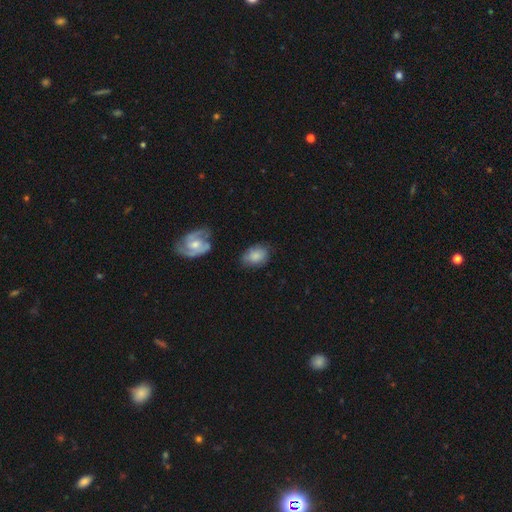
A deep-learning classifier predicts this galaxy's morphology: smooth_or_featured: smooth (p=0.76) [alt: featured or disk p=0.17]
how_rounded: in between (p=0.75) [alt: round p=0.23]
merging: none (p=0.66) [alt: minor disturbance p=0.24]